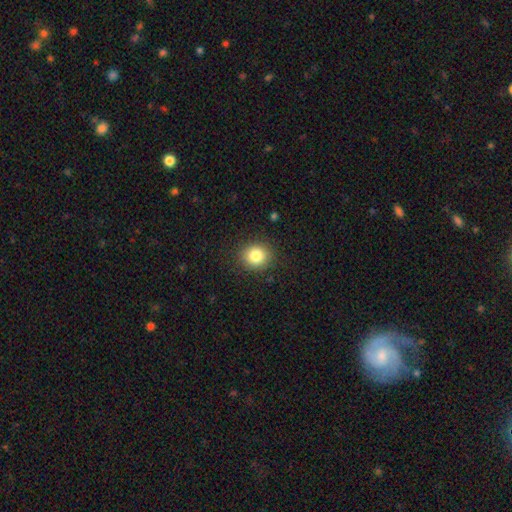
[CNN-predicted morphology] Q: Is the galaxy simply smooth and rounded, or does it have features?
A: smooth — 82%.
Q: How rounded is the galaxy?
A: round — 79%.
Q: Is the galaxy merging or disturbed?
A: none — 89%.